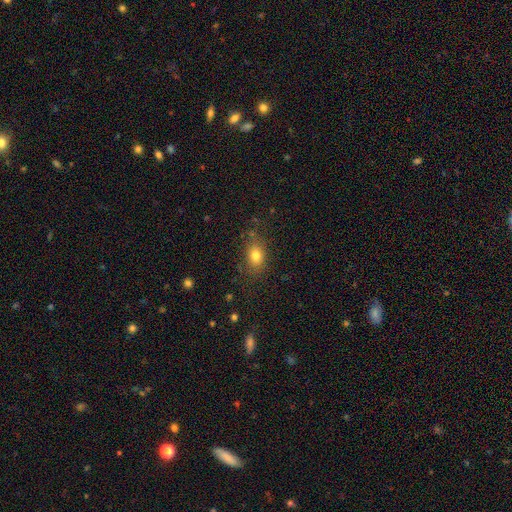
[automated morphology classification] type=smooth (78%); roundness=in between (69%); merging=none (75%).